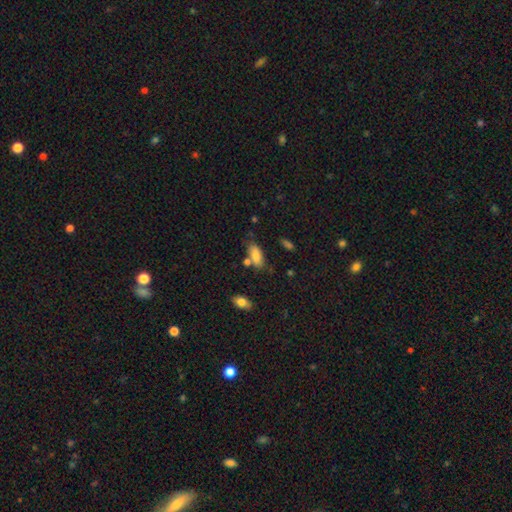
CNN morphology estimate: A smooth galaxy with no disk features (80%) that is in between round and cigar-shaped (82%). Merging: none (63%).